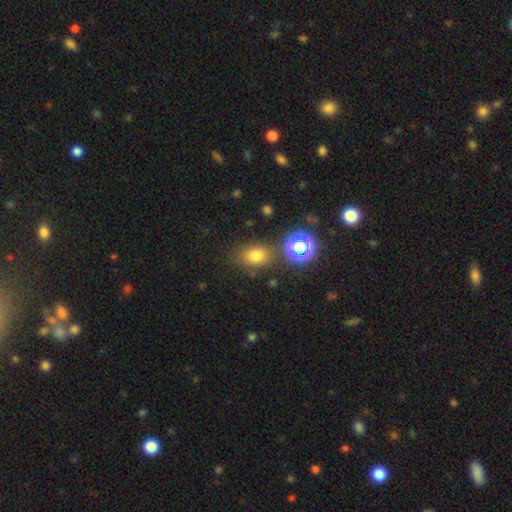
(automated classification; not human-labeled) Morphology: type=smooth (72%); roundness=in between (61%); merging=none (75%).